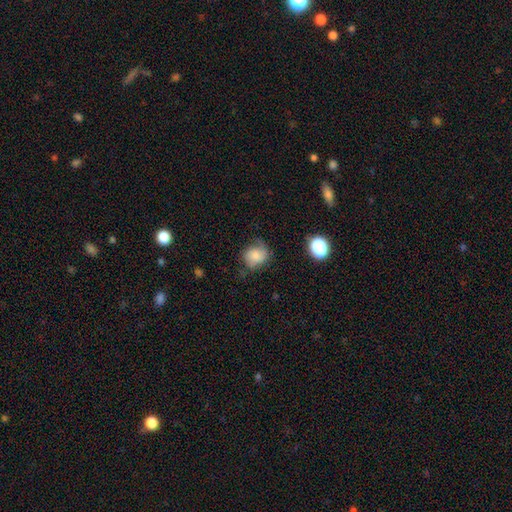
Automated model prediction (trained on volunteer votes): smooth_or_featured: smooth (p=0.70) [alt: featured or disk p=0.19]
how_rounded: round (p=0.65) [alt: in between p=0.34]
merging: none (p=0.53) [alt: minor disturbance p=0.31]